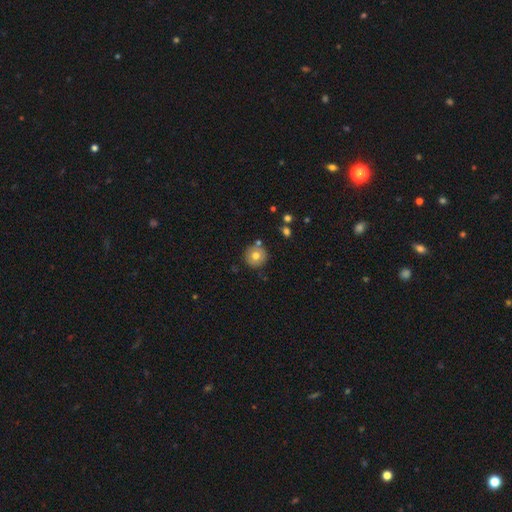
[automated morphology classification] Overall: smooth (74%). How rounded: round (94%). Merging: none (83%).